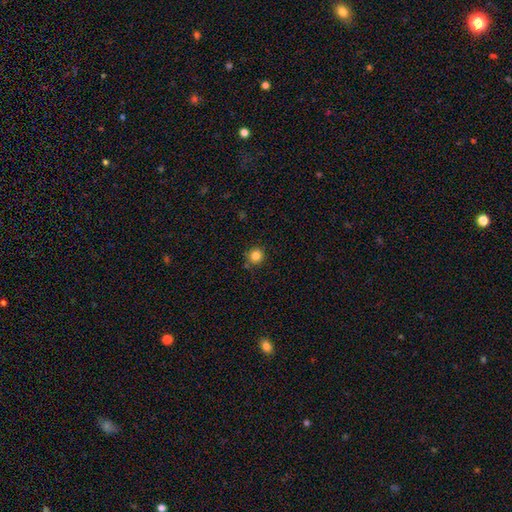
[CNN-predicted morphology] Q: Smooth or featured?
A: smooth (83%); runner-up: star or artifact (12%)
Q: How rounded?
A: round (94%); runner-up: in between (5%)
Q: Merging?
A: none (85%); runner-up: minor disturbance (10%)